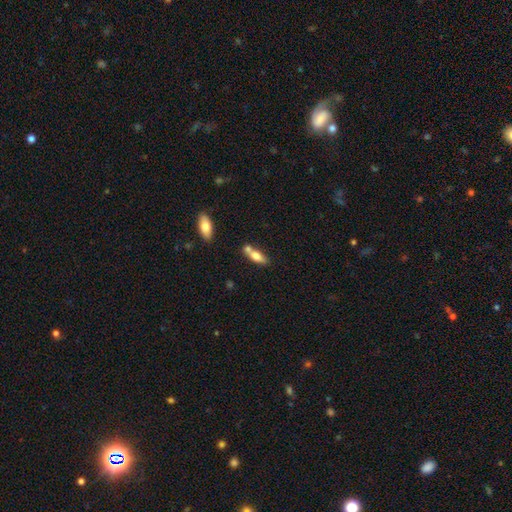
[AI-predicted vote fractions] This appears to be a smooth galaxy with no disk features (69%) that is in between round and cigar-shaped (61%). Merging: none (45%).